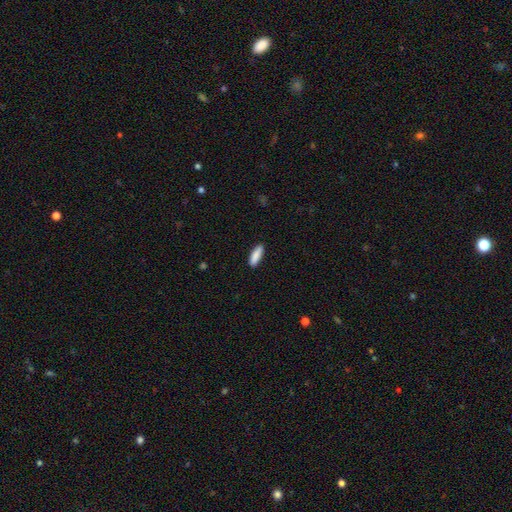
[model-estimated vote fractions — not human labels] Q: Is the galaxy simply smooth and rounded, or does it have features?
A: smooth — 88%.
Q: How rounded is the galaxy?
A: cigar-shaped — 49%, tied with in between.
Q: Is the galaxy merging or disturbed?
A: none — 88%.